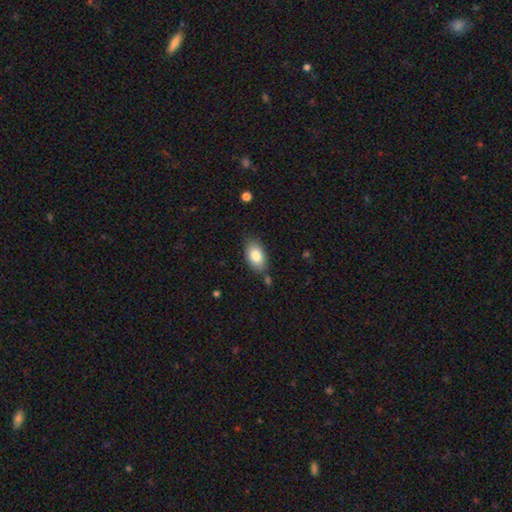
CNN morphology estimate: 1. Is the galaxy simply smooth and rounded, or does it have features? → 83% smooth, 10% featured or disk, 7% star or artifact.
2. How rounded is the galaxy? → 92% in between, 6% round, 2% cigar-shaped.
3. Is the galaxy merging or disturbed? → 77% none, 15% minor disturbance, 4% merger, 3% major disturbance.